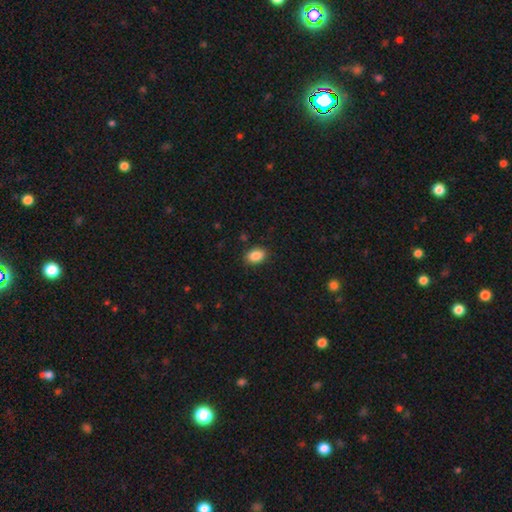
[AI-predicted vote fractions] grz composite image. It shows a smooth galaxy with no disk features (88%) that is in between round and cigar-shaped (81%). Merging: none (88%).